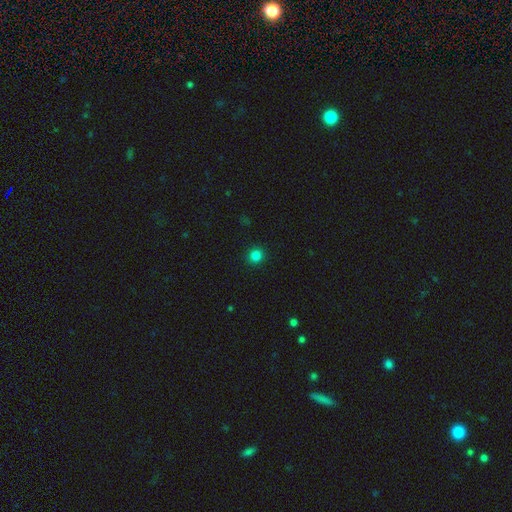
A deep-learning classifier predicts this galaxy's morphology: A smooth galaxy with no disk features (83%) that is round (93%).

Vote fractions:
- Smooth or featured? smooth: 83% / star or artifact: 14% / featured or disk: 4%
- How rounded? round: 93% / in between: 6% / cigar-shaped: 1%
- Merging? none: 93% / minor disturbance: 5% / major disturbance: 2% / merger: 1%